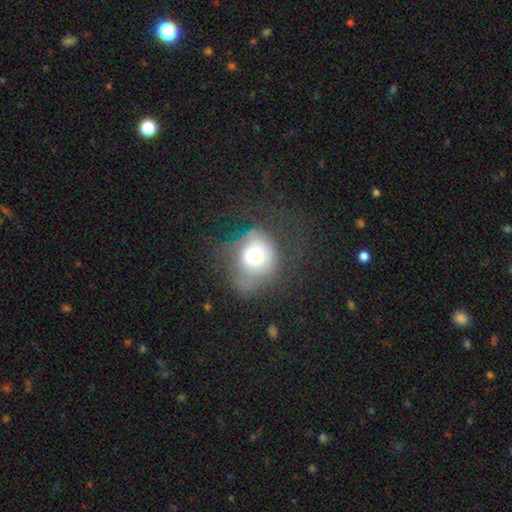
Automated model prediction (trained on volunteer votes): Smooth or featured? Predicted: smooth (p=0.64). How rounded? Predicted: round (p=0.66). Merging? Predicted: none (p=0.41).